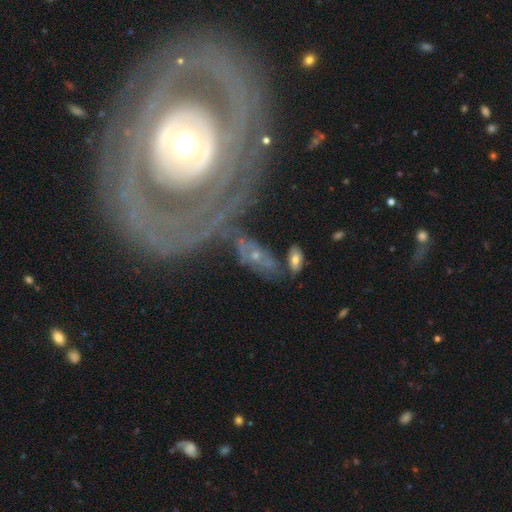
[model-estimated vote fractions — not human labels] Smooth or featured? Predicted: featured or disk (p=0.55). Edge-on disk? Predicted: no (p=0.82). Merging? Predicted: none (p=0.59).